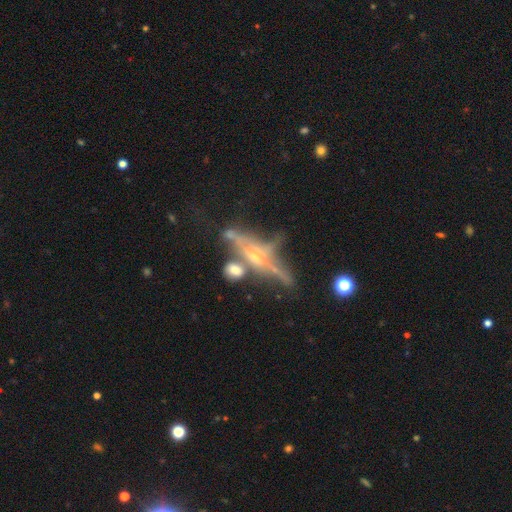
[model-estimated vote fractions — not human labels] Smooth or featured? featured or disk (71%)
Edge-on disk? yes (77%)
Edge-on bulge? rounded (78%)
Merging? none (45%)